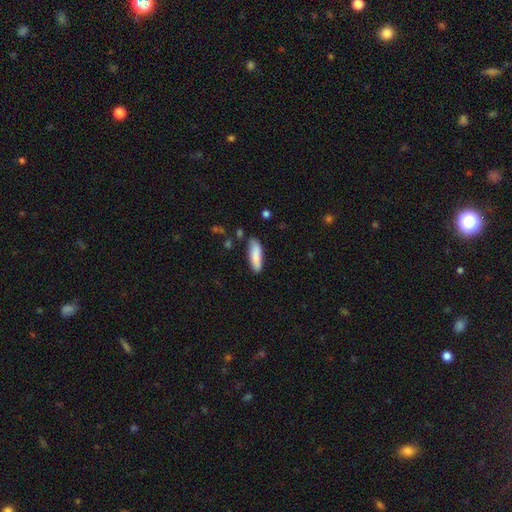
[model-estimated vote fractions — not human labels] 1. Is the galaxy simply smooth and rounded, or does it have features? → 86% smooth, 9% featured or disk, 6% star or artifact.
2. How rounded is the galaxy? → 53% cigar-shaped, 46% in between, 2% round.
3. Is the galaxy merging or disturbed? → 81% none, 14% minor disturbance, 3% major disturbance, 3% merger.